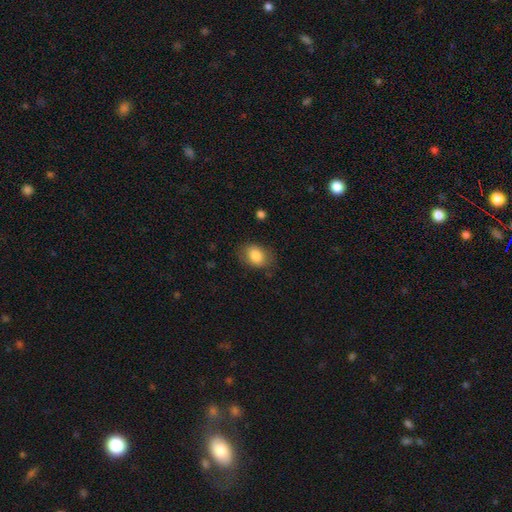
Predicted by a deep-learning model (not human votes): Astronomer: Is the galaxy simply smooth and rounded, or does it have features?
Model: smooth — 83%.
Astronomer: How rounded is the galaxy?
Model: in between — 76%.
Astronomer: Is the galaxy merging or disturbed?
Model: none — 75%.